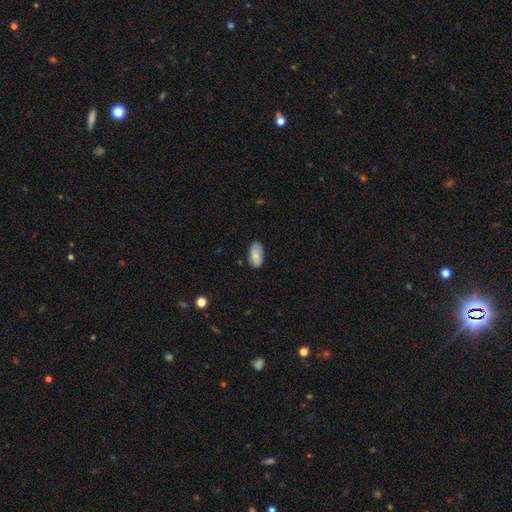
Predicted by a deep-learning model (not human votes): This is likely a smooth galaxy (69%). How rounded: clearly in between (94%). Merging: likely none (77%).